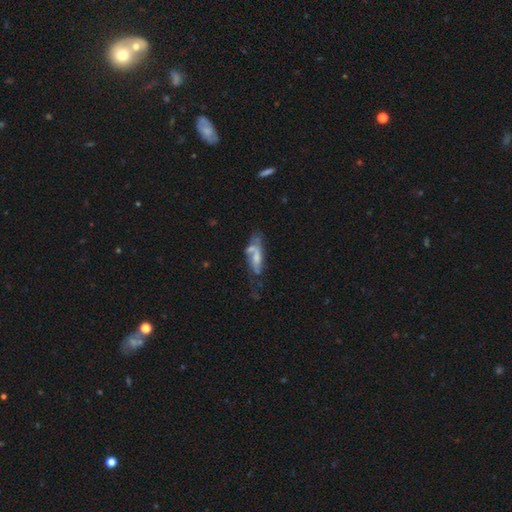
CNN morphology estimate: A featured or disk galaxy (56%).

Vote fractions:
- Smooth or featured? featured or disk: 56% / smooth: 35% / star or artifact: 8%
- Edge-on disk? no: 83% / yes: 17%
- Merging? none: 35% / major disturbance: 24% / minor disturbance: 24% / merger: 17%